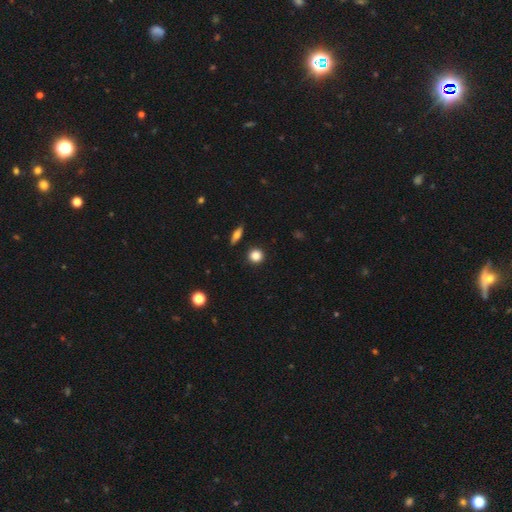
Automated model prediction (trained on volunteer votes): This appears to be a smooth galaxy with no disk features (85%) that is round (90%). Merging: none (90%).